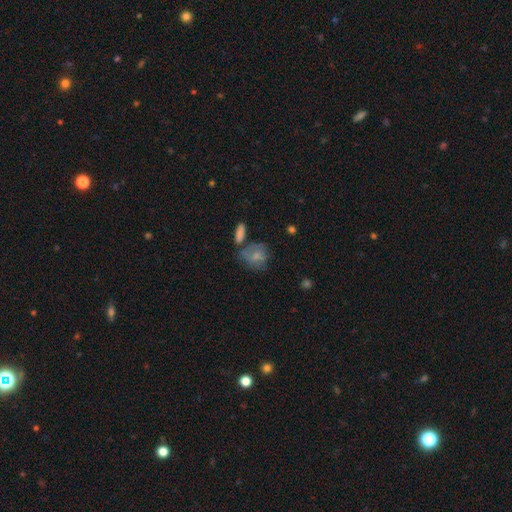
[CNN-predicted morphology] The model was most divided on "how rounded": round: 53%, in between: 46%, cigar-shaped: 2%. Remaining: smooth or featured — smooth (67%); merging — none (42%).